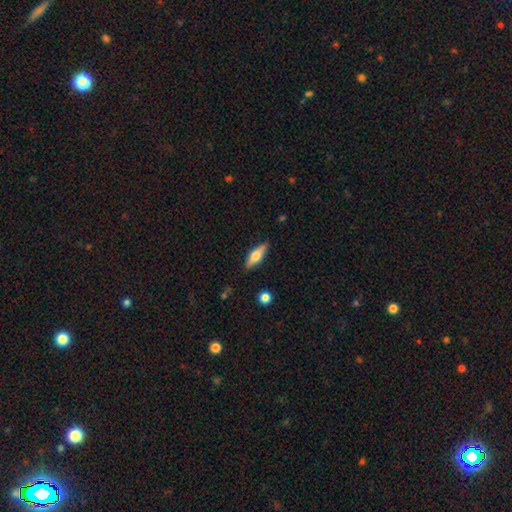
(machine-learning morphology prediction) Smooth or featured? smooth (52%)
How rounded? in between (49%)
Merging? none (87%)